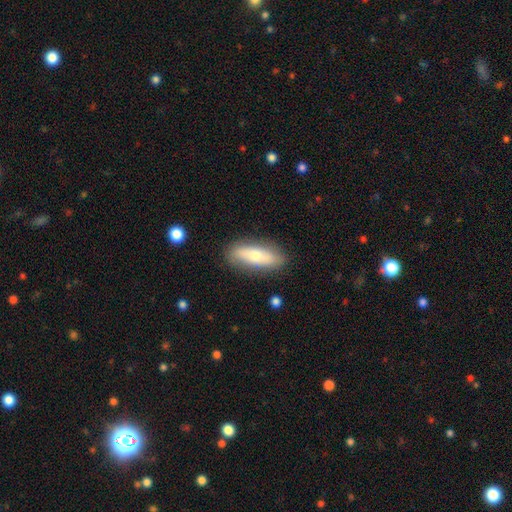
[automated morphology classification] Smooth or featured?
  - smooth: 54% *
  - featured or disk: 37%
  - star or artifact: 9%
How rounded?
  - in between: 66% *
  - cigar-shaped: 31%
  - round: 3%
Merging?
  - none: 86% *
  - minor disturbance: 10%
  - major disturbance: 2%
  - merger: 1%